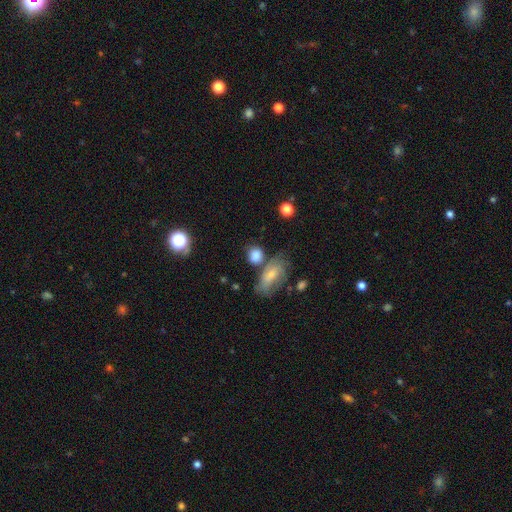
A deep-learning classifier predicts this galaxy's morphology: Smooth or featured: smooth — 77% (featured or disk — 14%)
How rounded: round — 63% (in between — 34%)
Merging: none — 57% (merger — 19%)